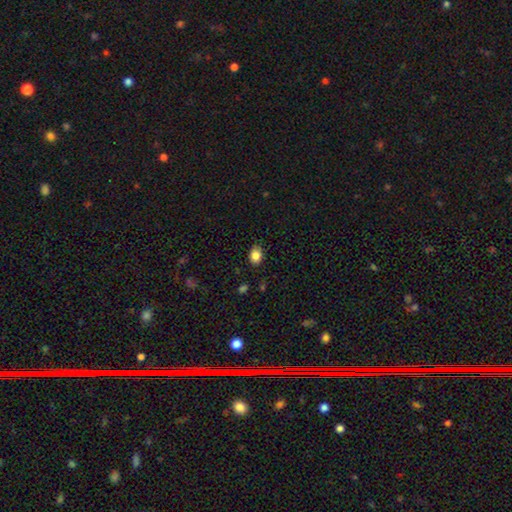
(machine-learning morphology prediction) smooth_or_featured: smooth (p=0.85) [alt: star or artifact p=0.10]
how_rounded: in between (p=0.64) [alt: round p=0.35]
merging: none (p=0.84) [alt: minor disturbance p=0.13]